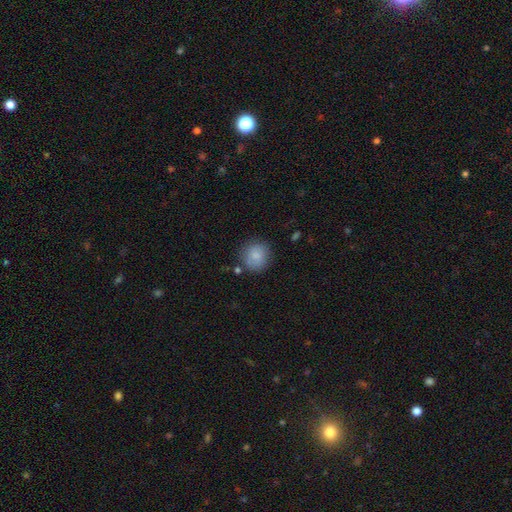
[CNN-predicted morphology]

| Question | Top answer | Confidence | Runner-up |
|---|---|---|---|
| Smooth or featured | smooth | 85% | star or artifact (8%) |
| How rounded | round | 89% | in between (10%) |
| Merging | none | 80% | minor disturbance (13%) |